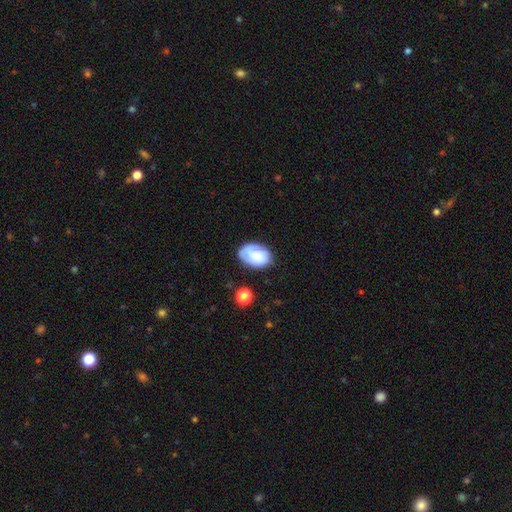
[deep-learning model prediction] smooth-or-featured: smooth: 69% | featured or disk: 23% | star or artifact: 8%
  how-rounded: in between: 84% | round: 15% | cigar-shaped: 1%
  merging: none: 64% | minor disturbance: 25% | major disturbance: 7% | merger: 3%